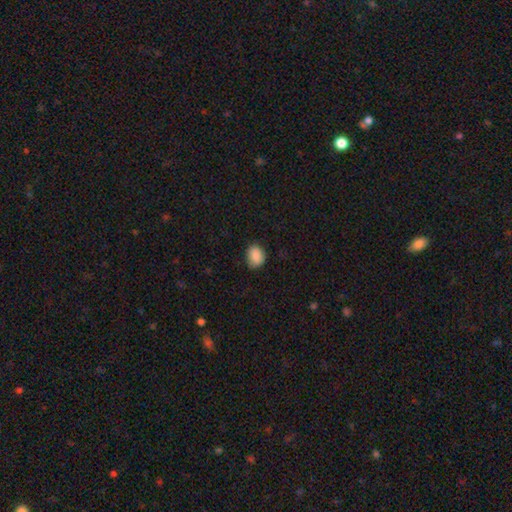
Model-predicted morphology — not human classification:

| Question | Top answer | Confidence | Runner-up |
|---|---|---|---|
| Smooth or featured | smooth | 88% | star or artifact (8%) |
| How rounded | in between | 60% | round (39%) |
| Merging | none | 75% | minor disturbance (20%) |